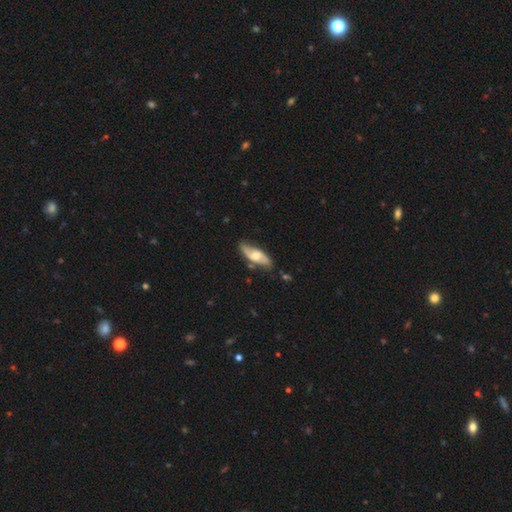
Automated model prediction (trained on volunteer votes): A featured or disk galaxy (63%) with no bar (59%), spiral arms (85%) and a moderate central bulge (59%). Merging: none (74%).